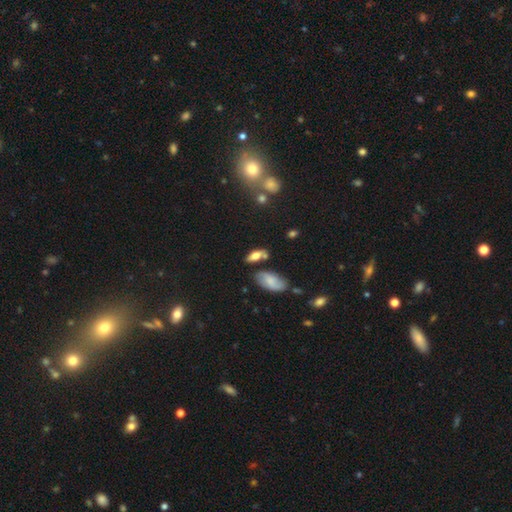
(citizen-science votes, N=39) smooth_or_featured: smooth (p=0.51) [alt: featured or disk p=0.44]
how_rounded: in between (p=0.80) [alt: cigar-shaped p=0.20]
merging: none (p=0.46) [alt: merger p=0.30]